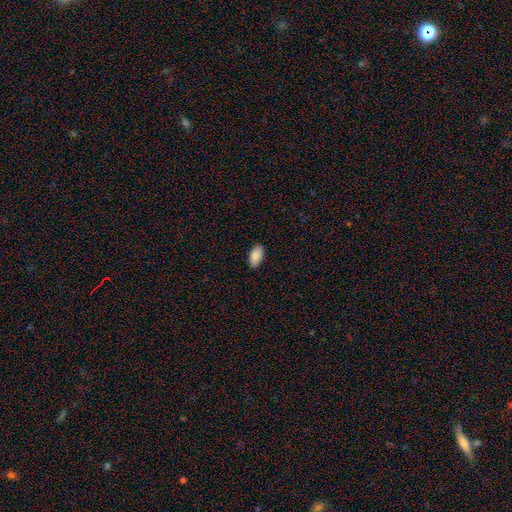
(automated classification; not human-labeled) Overall: smooth (90%). How rounded: in between (95%). Merging: none (89%).